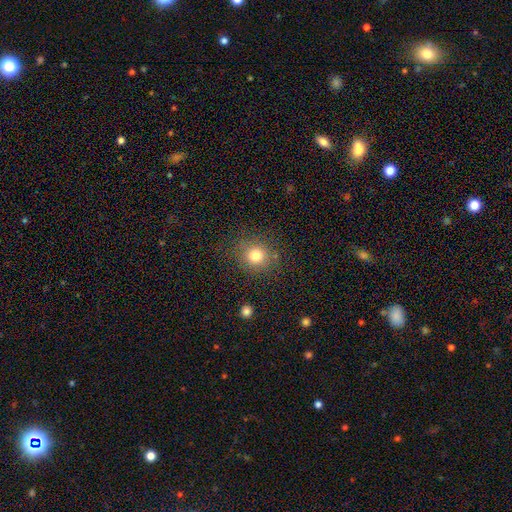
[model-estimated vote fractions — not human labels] This appears to be a smooth galaxy with no disk features (79%) that is round (87%). Merging: none (83%).